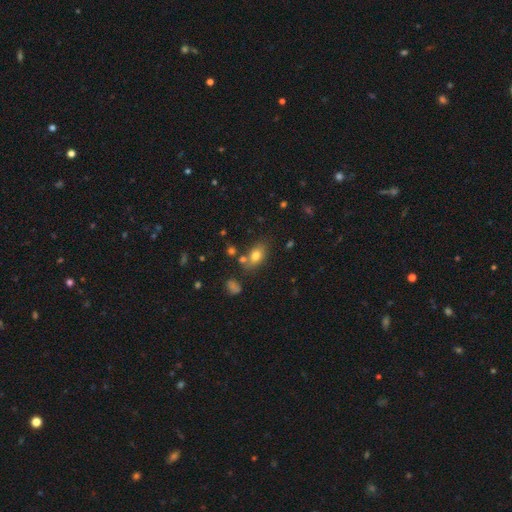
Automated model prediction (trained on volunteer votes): The model was most divided on "merging": none: 67%, minor disturbance: 17%, merger: 12%, major disturbance: 5%. More confident: how rounded — in between (81%); smooth or featured — smooth (76%).